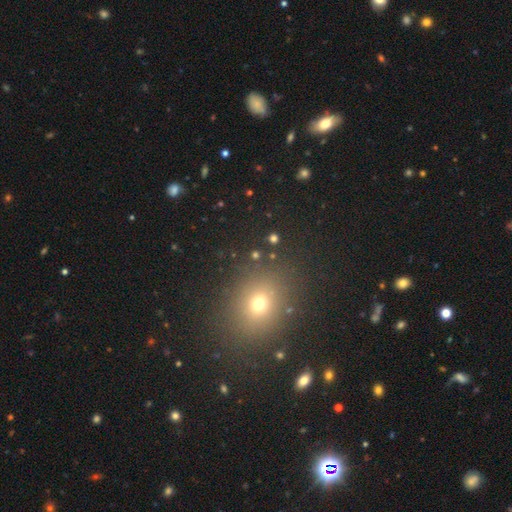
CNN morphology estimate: This appears to be a smooth galaxy with no disk features (61%) that is round (62%). Merging: none (88%).